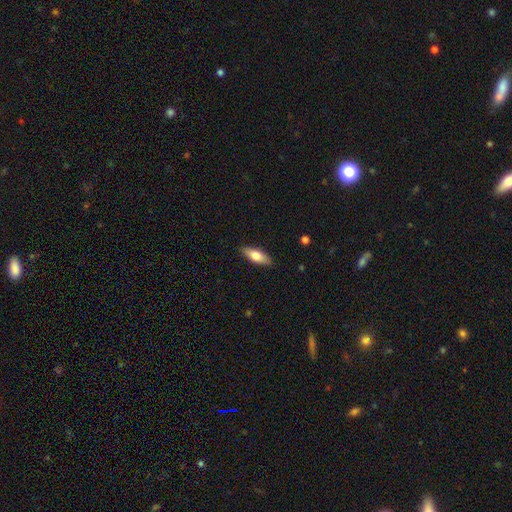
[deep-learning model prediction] Q: Smooth or featured?
A: smooth (68%); runner-up: featured or disk (26%)
Q: How rounded?
A: in between (69%); runner-up: cigar-shaped (29%)
Q: Merging?
A: none (88%); runner-up: minor disturbance (9%)